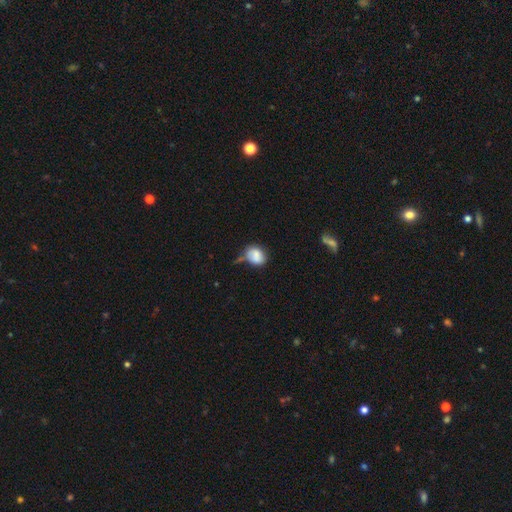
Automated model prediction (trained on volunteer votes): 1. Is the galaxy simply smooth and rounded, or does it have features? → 78% smooth, 13% featured or disk, 9% star or artifact.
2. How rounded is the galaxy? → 56% in between, 43% round, 1% cigar-shaped.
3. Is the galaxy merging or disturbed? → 42% none, 33% minor disturbance, 14% merger, 12% major disturbance.